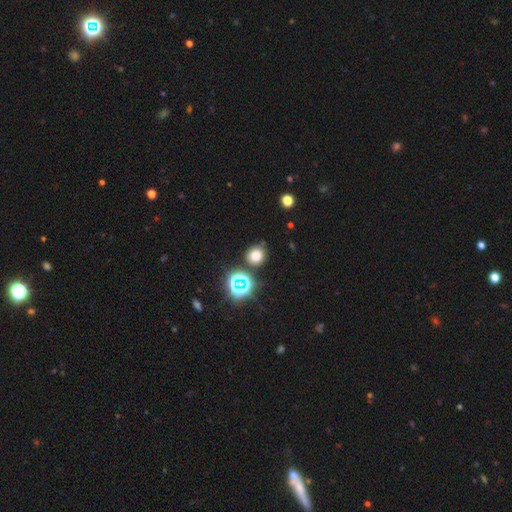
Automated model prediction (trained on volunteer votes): Smooth or featured: smooth — 69% (star or artifact — 25%)
How rounded: round — 88% (in between — 11%)
Merging: none — 80% (minor disturbance — 10%)